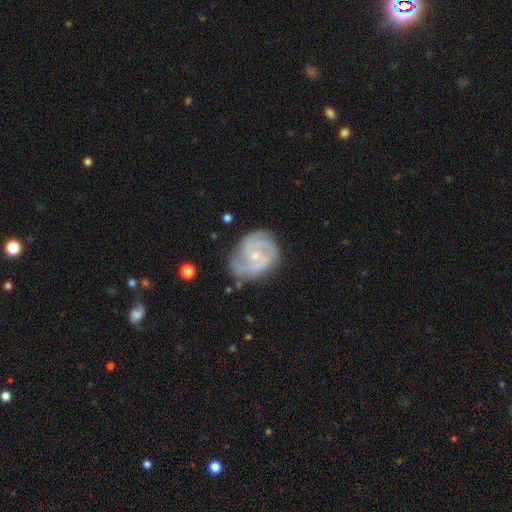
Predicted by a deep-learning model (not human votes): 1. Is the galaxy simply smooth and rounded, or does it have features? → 83% featured or disk, 11% smooth, 6% star or artifact.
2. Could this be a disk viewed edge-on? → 98% no, 2% yes.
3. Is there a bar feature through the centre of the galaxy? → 61% no, 33% weak, 7% strong.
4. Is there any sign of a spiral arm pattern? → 95% yes, 5% no.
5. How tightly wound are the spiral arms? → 50% tight, 40% medium, 10% loose.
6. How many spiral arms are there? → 38% 2, 29% 3, 18% can't tell, 6% 4, 4% 1, 4% more than 4.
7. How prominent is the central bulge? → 75% small, 20% moderate, 3% none, 1% large, 1% dominant.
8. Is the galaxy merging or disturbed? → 67% none, 23% minor disturbance, 8% major disturbance, 2% merger.